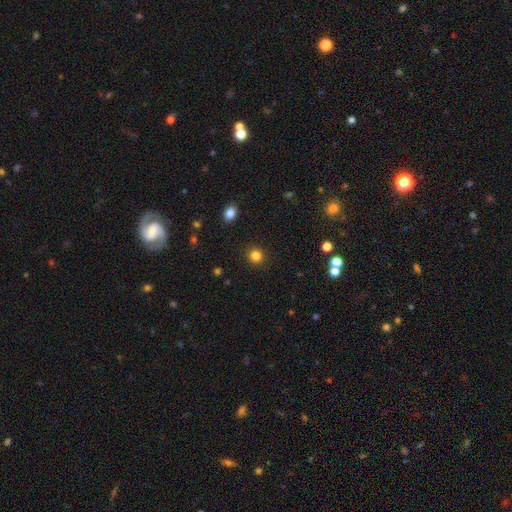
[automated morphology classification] smooth-or-featured: smooth: 83% | star or artifact: 13% | featured or disk: 4%
  how-rounded: round: 91% | in between: 8% | cigar-shaped: 1%
  merging: none: 91% | minor disturbance: 5% | major disturbance: 2% | merger: 1%